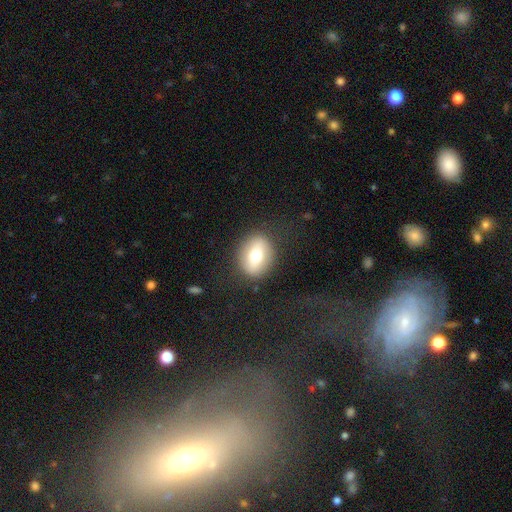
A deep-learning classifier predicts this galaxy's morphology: smooth_or_featured: smooth (p=0.65) [alt: featured or disk p=0.26]
how_rounded: in between (p=0.52) [alt: round p=0.46]
merging: none (p=0.83) [alt: minor disturbance p=0.10]